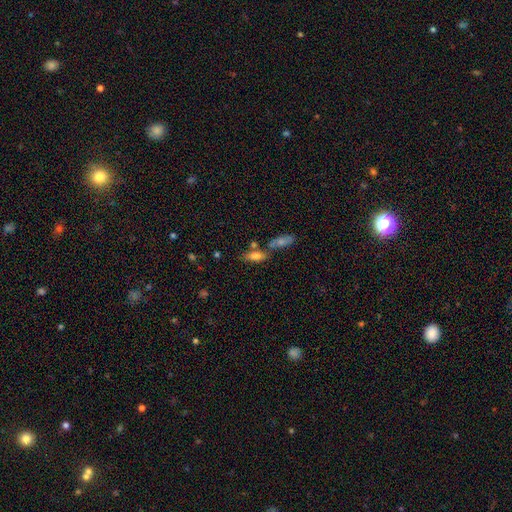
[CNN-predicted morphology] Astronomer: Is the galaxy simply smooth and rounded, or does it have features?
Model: smooth — 73%.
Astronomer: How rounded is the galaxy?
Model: in between — 70%.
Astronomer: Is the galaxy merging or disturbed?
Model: none — 51% (runner-up: merger, 30%).